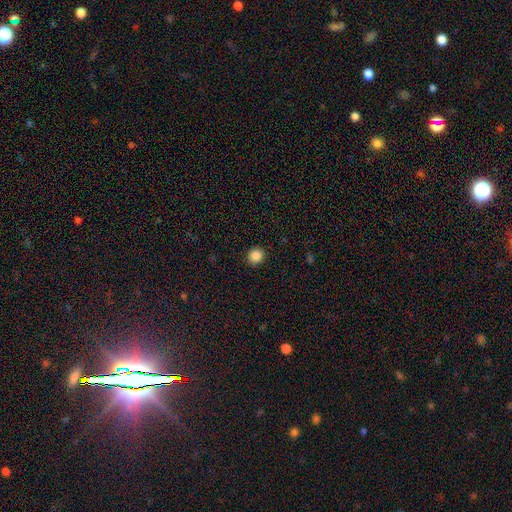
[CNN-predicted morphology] type=smooth (86%); roundness=round (91%); merging=none (92%).